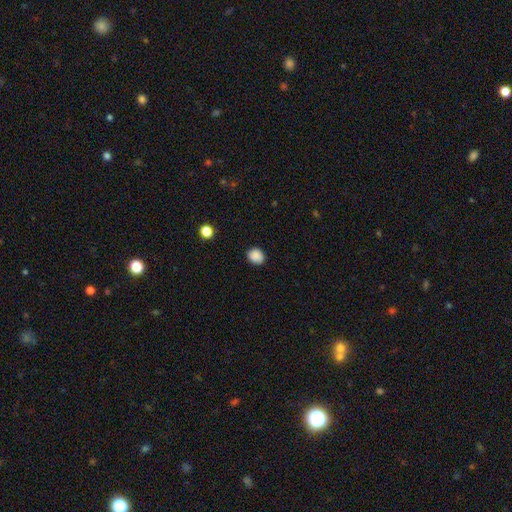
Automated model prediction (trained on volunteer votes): smooth-or-featured: smooth: 88% | star or artifact: 10% | featured or disk: 3%
  how-rounded: round: 65% | in between: 34% | cigar-shaped: 1%
  merging: none: 88% | minor disturbance: 8% | major disturbance: 2% | merger: 1%